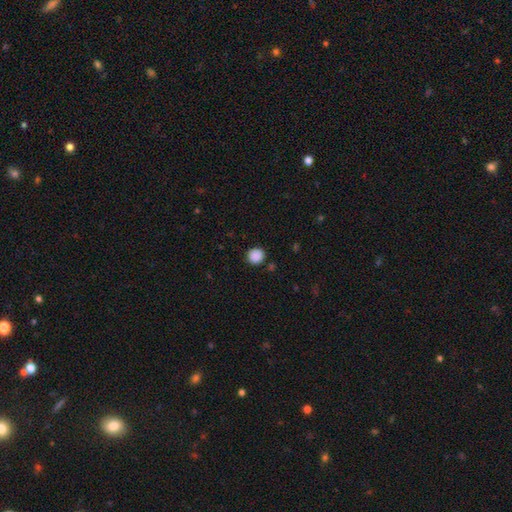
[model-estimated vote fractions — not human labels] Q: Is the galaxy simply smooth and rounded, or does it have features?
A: smooth — 88%.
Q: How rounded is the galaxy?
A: round — 90%.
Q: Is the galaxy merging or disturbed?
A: none — 89%.